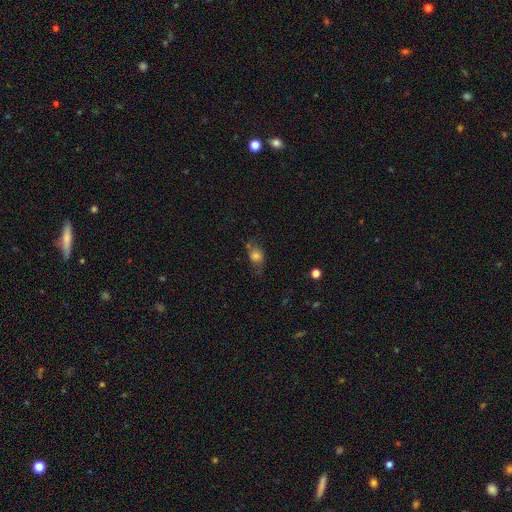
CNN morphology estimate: Smooth or featured? smooth (69%)
How rounded? in between (52%)
Merging? none (56%)